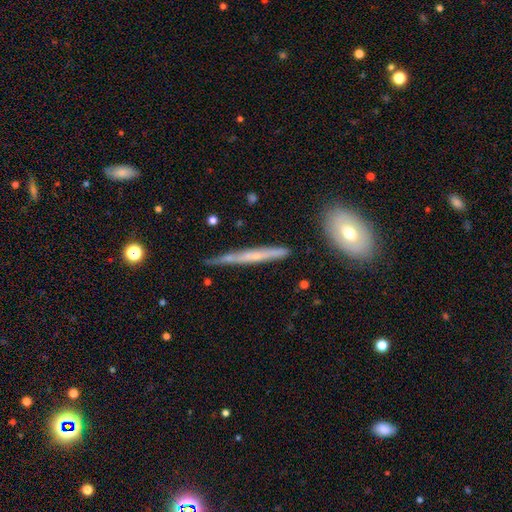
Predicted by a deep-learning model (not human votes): A featured or disk galaxy (54%) viewed edge-on (92%) with no central bulge (64%).

Vote fractions:
- Smooth or featured? featured or disk: 54% / smooth: 39% / star or artifact: 7%
- Edge-on disk? yes: 92% / no: 8%
- Edge-on bulge? none: 64% / rounded: 30% / boxy: 6%
- Merging? none: 72% / minor disturbance: 20% / major disturbance: 4% / merger: 4%